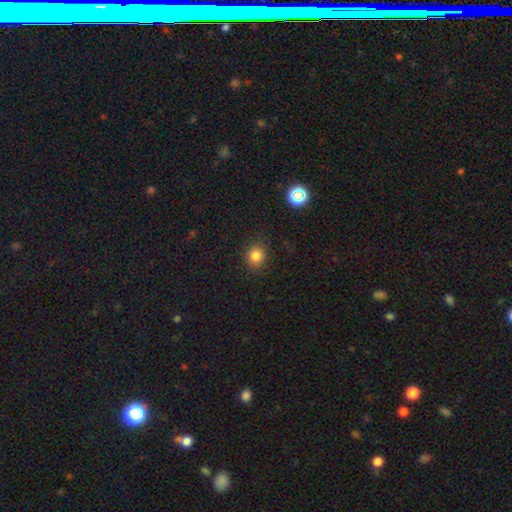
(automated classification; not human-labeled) This appears to be a smooth galaxy with no disk features (82%) that is round (77%). Merging: none (87%).